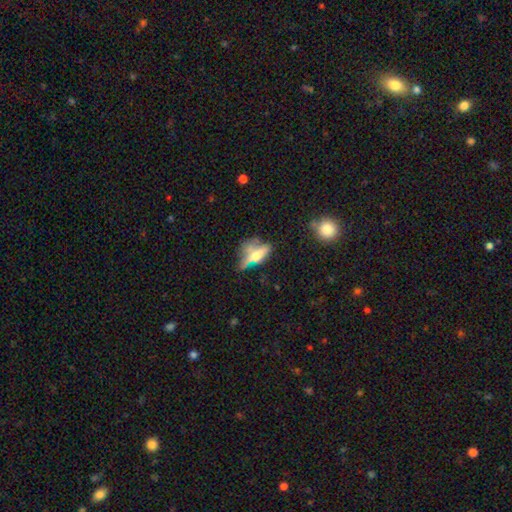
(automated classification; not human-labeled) Smooth or featured? Predicted: smooth (p=0.44). Merging? Predicted: none (p=0.43).